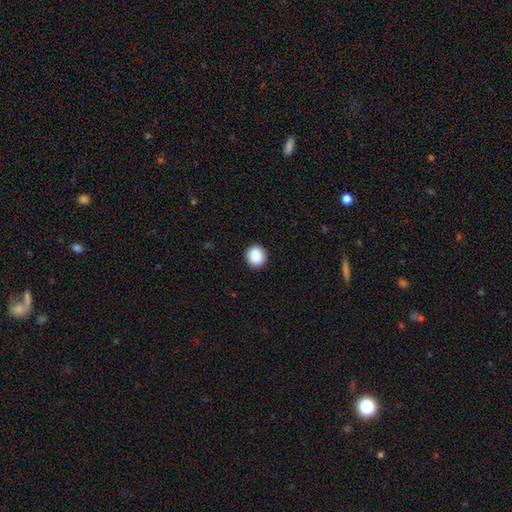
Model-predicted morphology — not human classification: A smooth galaxy with no disk features (89%) that is round (88%).

Vote fractions:
- Smooth or featured? smooth: 89% / star or artifact: 8% / featured or disk: 3%
- How rounded? round: 88% / in between: 11% / cigar-shaped: 1%
- Merging? none: 92% / minor disturbance: 5% / major disturbance: 2% / merger: 1%